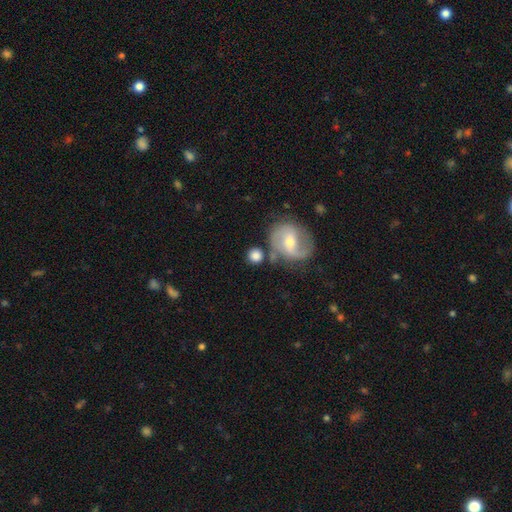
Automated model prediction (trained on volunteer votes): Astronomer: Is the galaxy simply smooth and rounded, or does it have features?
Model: smooth — 70%.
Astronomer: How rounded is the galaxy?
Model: round — 88%.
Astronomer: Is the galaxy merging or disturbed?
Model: none — 70%.